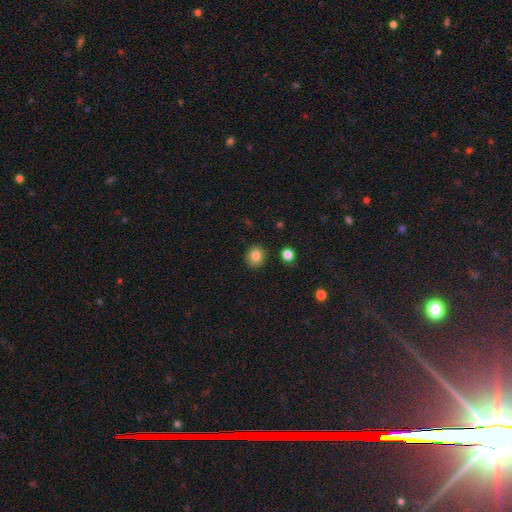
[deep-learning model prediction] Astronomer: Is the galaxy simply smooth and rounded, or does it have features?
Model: smooth — 83%.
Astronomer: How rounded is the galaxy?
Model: round — 83%.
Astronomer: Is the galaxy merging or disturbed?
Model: none — 88%.